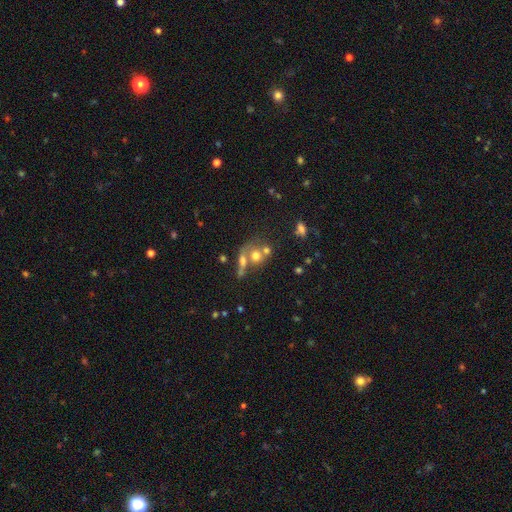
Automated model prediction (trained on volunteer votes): A smooth galaxy with no disk features (60%) that is round (70%). Merging: merger (50%).